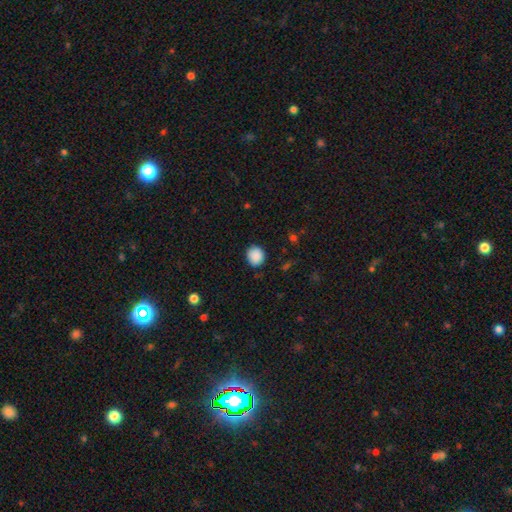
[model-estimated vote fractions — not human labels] smooth-or-featured: smooth: 89% | star or artifact: 8% | featured or disk: 3%
  how-rounded: round: 76% | in between: 23% | cigar-shaped: 1%
  merging: none: 84% | minor disturbance: 12% | major disturbance: 3% | merger: 1%